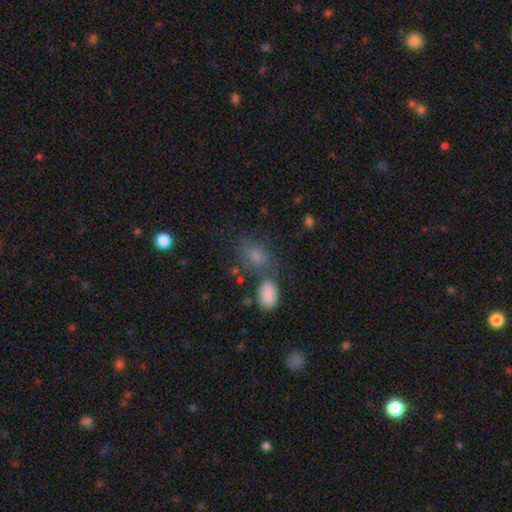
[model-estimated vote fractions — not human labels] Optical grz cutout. It shows a smooth galaxy with no disk features (77%) that is in between round and cigar-shaped (77%). Merging: none (48%).